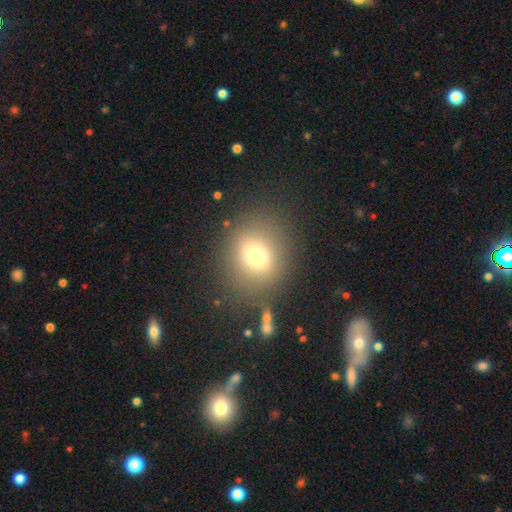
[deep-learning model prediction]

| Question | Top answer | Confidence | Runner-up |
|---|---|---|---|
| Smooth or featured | smooth | 73% | star or artifact (15%) |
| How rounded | round | 72% | in between (27%) |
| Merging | none | 79% | minor disturbance (11%) |